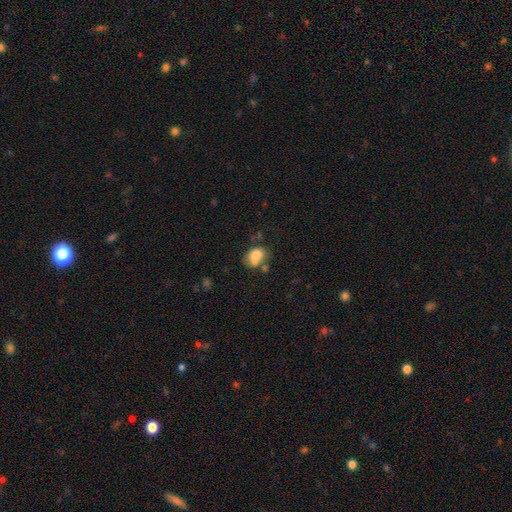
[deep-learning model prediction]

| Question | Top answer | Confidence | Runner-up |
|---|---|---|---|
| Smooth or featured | smooth | 75% | featured or disk (16%) |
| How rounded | in between | 63% | round (36%) |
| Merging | none | 37% | merger (31%) |